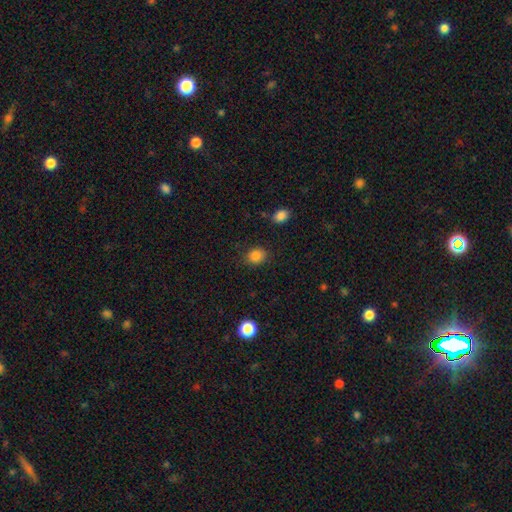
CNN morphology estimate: Smooth or featured? Predicted: smooth (p=0.85). How rounded? Predicted: round (p=0.58). Merging? Predicted: none (p=0.83).